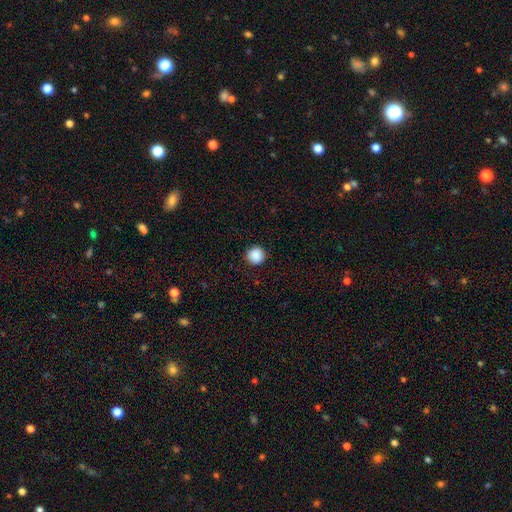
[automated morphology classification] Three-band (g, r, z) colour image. It shows a smooth galaxy with no disk features (89%) that is round (95%). Merging: none (92%).